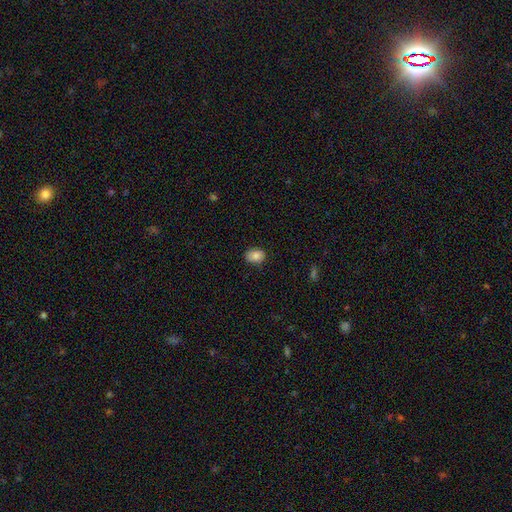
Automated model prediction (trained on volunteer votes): This is clearly a smooth galaxy (83%). How rounded: likely in between (63%). Merging: clearly none (83%).